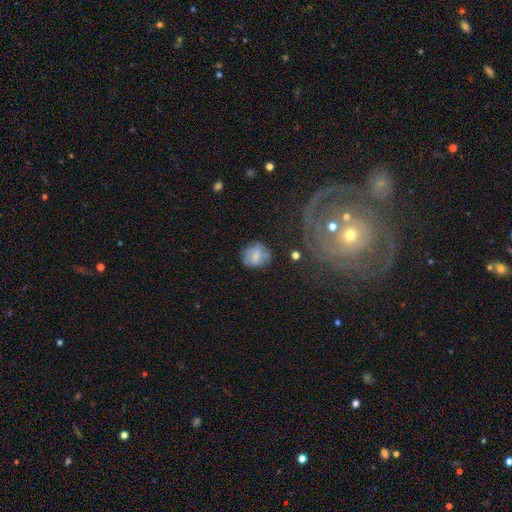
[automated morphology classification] Smooth or featured: smooth — 58% (featured or disk — 32%)
How rounded: round — 76% (in between — 22%)
Merging: none — 69% (minor disturbance — 20%)